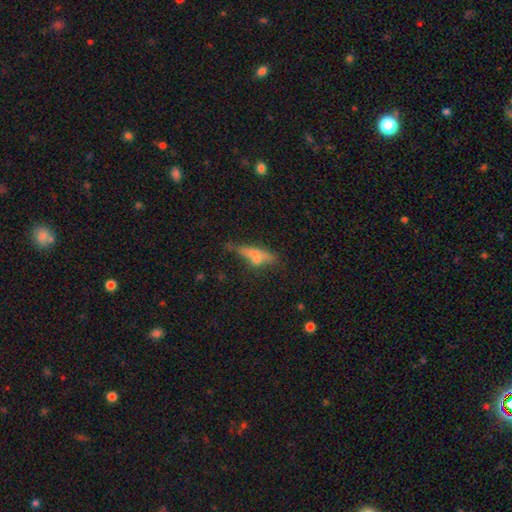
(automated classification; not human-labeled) Smooth or featured? smooth (56%)
How rounded? cigar-shaped (51%)
Merging? none (43%)